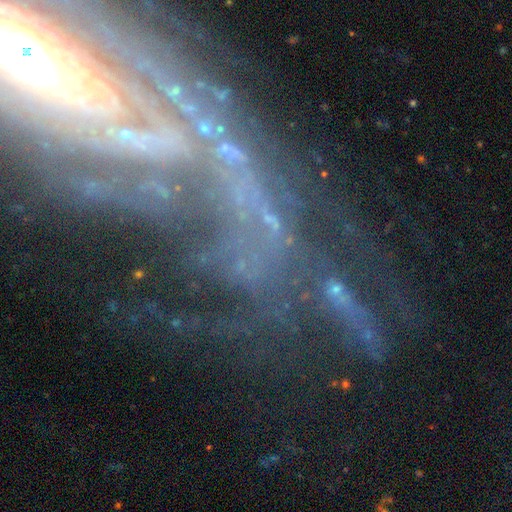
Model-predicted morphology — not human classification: Q: Smooth or featured?
A: featured or disk (75%); runner-up: star or artifact (16%)
Q: Edge-on disk?
A: no (94%); runner-up: yes (6%)
Q: Bar?
A: no (53%); runner-up: weak (27%)
Q: Spiral arms?
A: yes (86%); runner-up: no (14%)
Q: Spiral winding?
A: tight (52%); runner-up: medium (31%)
Q: Spiral arm count?
A: can't tell (31%); runner-up: 2 (24%)
Q: Bulge size?
A: small (48%); runner-up: moderate (23%)
Q: Merging?
A: none (52%); runner-up: major disturbance (26%)